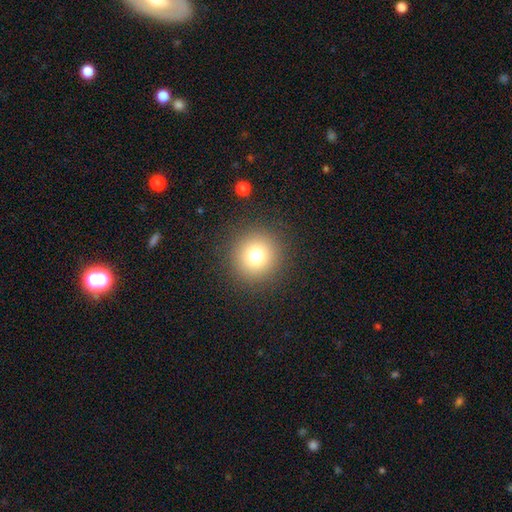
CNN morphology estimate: This is likely a smooth galaxy (77%). How rounded: clearly round (94%). Merging: clearly none (91%).